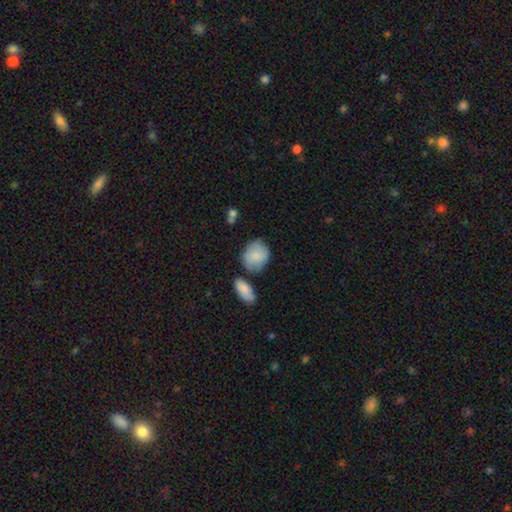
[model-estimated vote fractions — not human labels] The model was most divided on "how rounded": round: 60%, in between: 38%, cigar-shaped: 2%. More confident: smooth or featured — smooth (84%); merging — none (63%).